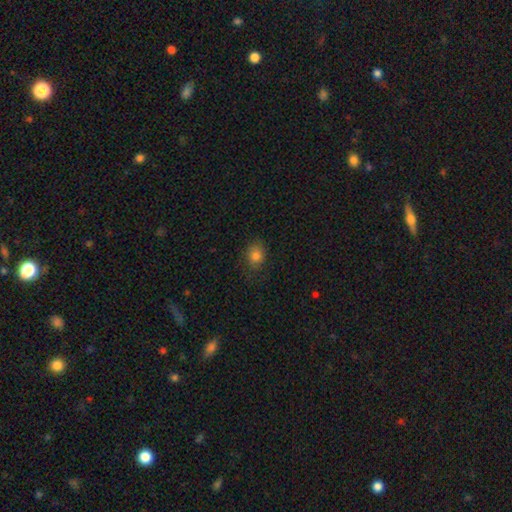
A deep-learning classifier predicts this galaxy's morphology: A smooth galaxy with no disk features (82%) that is round (56%). Merging: none (78%).